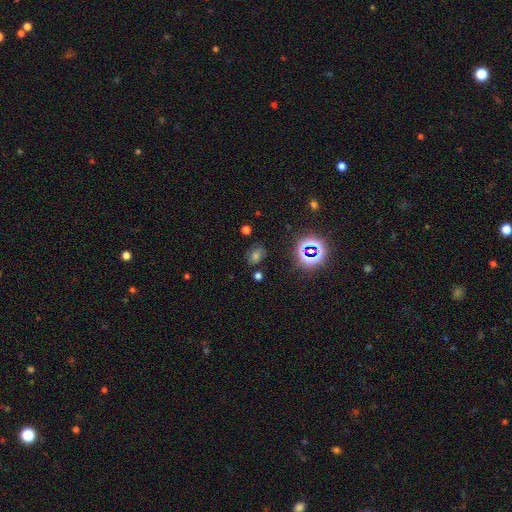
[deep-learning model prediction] Q: Smooth or featured?
A: smooth (44%); runner-up: star or artifact (43%)
Q: Merging?
A: none (78%); runner-up: minor disturbance (13%)